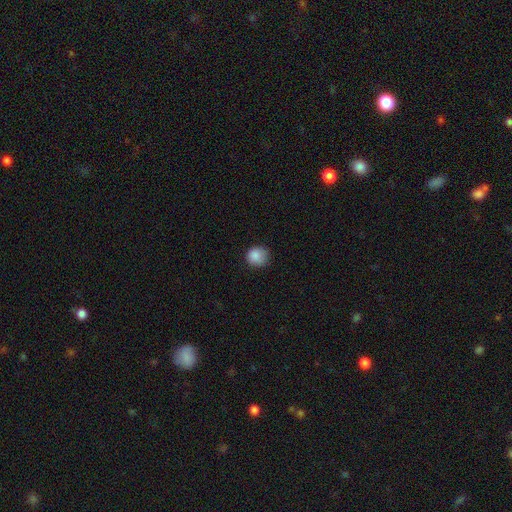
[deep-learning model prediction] smooth 87%, star or artifact 9%, featured or disk 4%. Down the decision tree: how rounded — round (87%); merging — none (74%).